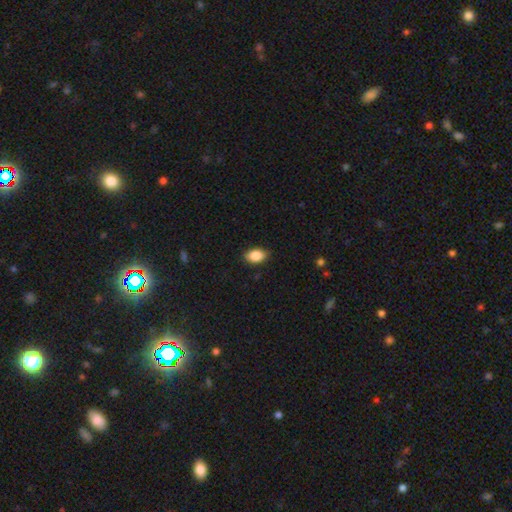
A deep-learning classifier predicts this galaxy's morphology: This is clearly a smooth galaxy (88%). How rounded: clearly in between (87%). Merging: clearly none (86%).